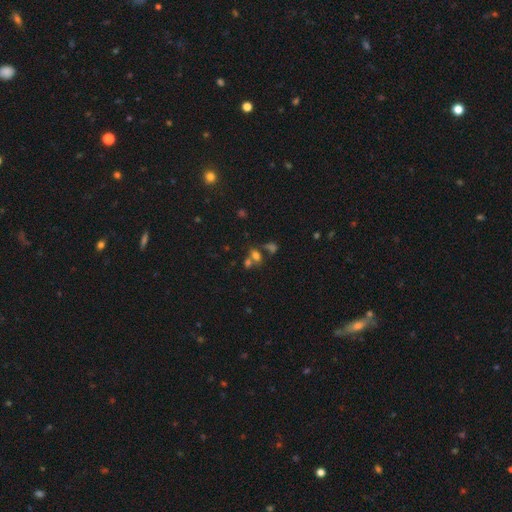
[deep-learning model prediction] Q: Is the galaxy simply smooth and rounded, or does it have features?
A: smooth — 63%.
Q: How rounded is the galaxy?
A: in between — 66%.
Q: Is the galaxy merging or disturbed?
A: merger — 43%.